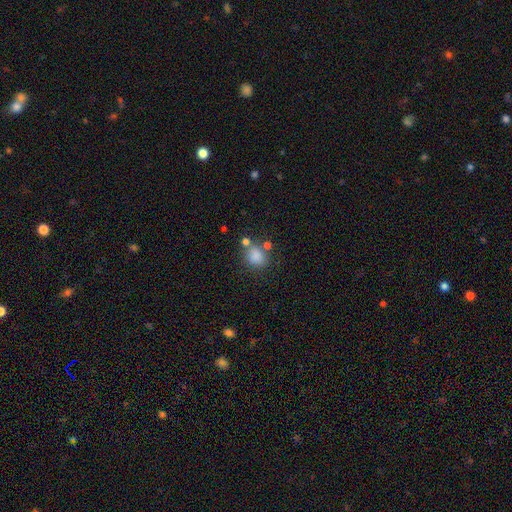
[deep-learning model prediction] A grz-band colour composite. It shows a smooth galaxy with no disk features (82%) that is round (72%). Merging: none (65%).